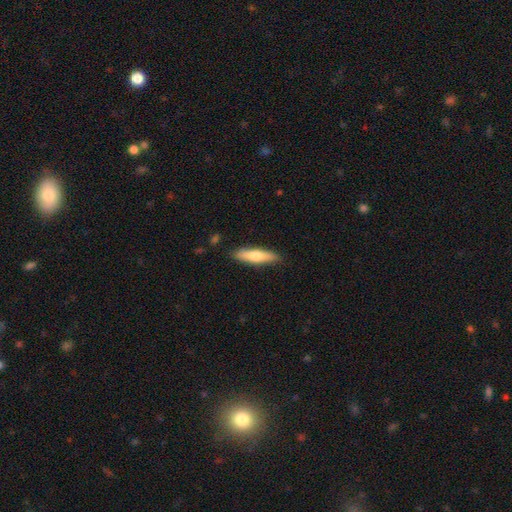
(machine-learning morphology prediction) A smooth galaxy with no disk features (63%) that is cigar-shaped (71%). Merging: none (87%).